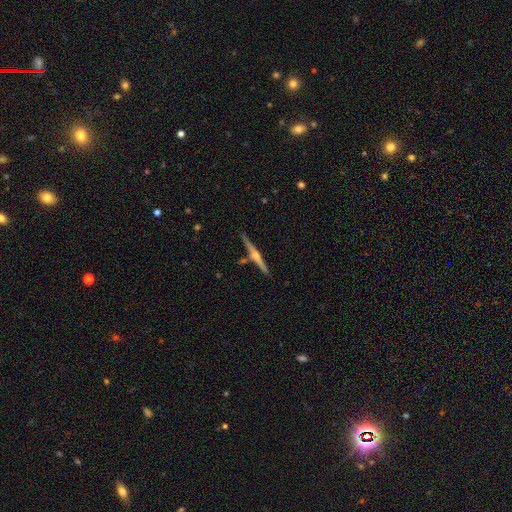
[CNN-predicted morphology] Q: Smooth or featured?
A: featured or disk (79%); runner-up: smooth (15%)
Q: Edge-on disk?
A: yes (98%); runner-up: no (2%)
Q: Edge-on bulge?
A: rounded (92%); runner-up: none (4%)
Q: Merging?
A: none (82%); runner-up: minor disturbance (9%)